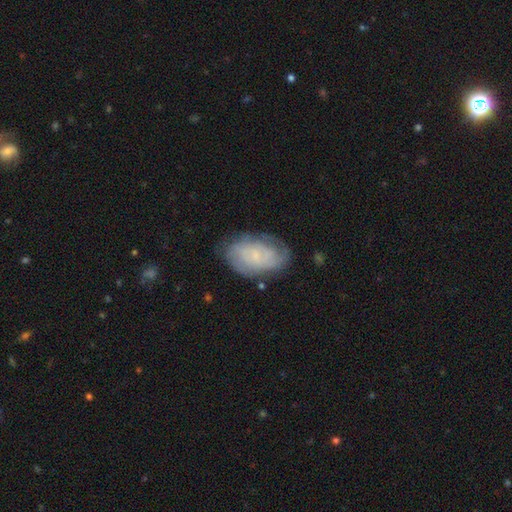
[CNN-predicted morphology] featured or disk 61%, smooth 31%, star or artifact 8%. Down the decision tree: edge-on disk — no (96%); bar — no (68%); spiral arms — yes (86%); spiral arm count — can't tell (48%); spiral winding — tight (59%); bulge size — small (66%); merging — none (70%).